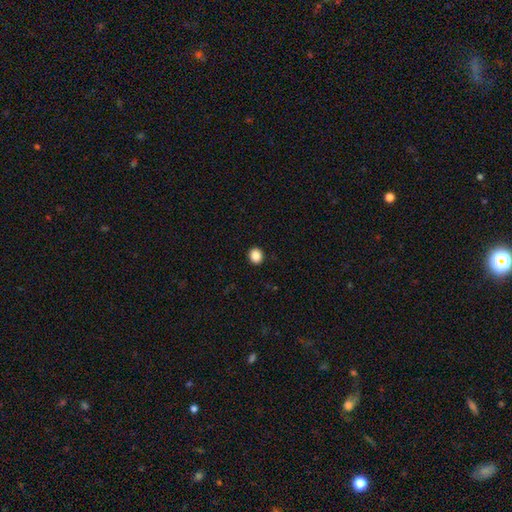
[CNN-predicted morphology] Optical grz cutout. It shows a smooth galaxy with no disk features (88%) that is round (72%). Merging: none (92%).